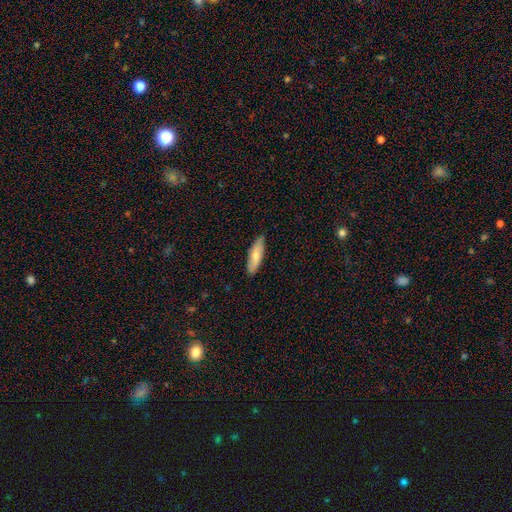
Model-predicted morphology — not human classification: A smooth galaxy with no disk features (72%) that is cigar-shaped (50%). Merging: none (84%).